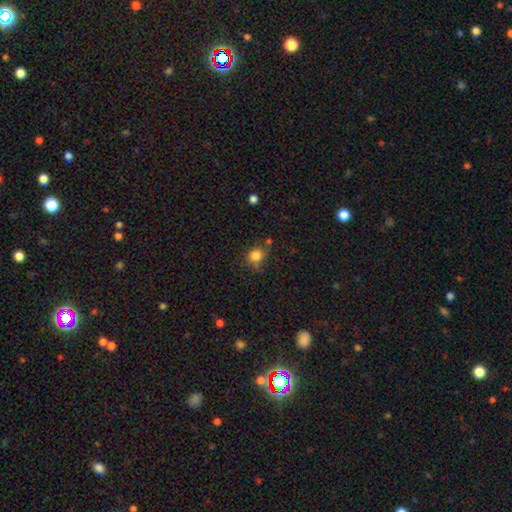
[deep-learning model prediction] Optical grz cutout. It shows a smooth galaxy with no disk features (80%) that is round (69%). Merging: none (56%).